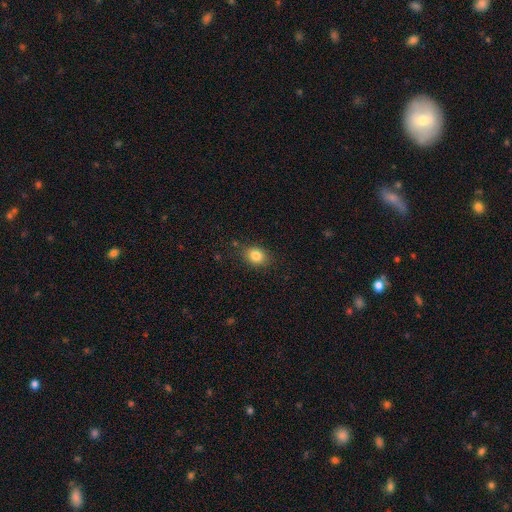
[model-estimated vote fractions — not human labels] A smooth galaxy with no disk features (82%) that is in between round and cigar-shaped (57%).

Vote fractions:
- Smooth or featured? smooth: 82% / star or artifact: 10% / featured or disk: 7%
- How rounded? in between: 57% / round: 42% / cigar-shaped: 1%
- Merging? none: 83% / minor disturbance: 12% / major disturbance: 3% / merger: 2%